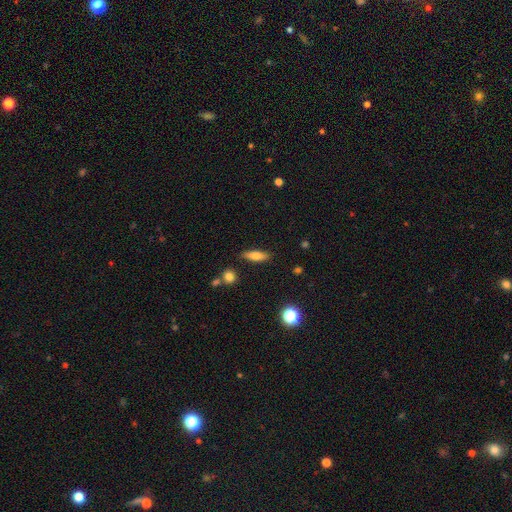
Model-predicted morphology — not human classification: Smooth or featured: smooth — 70% (featured or disk — 21%)
How rounded: in between — 51% (cigar-shaped — 46%)
Merging: none — 83% (minor disturbance — 11%)